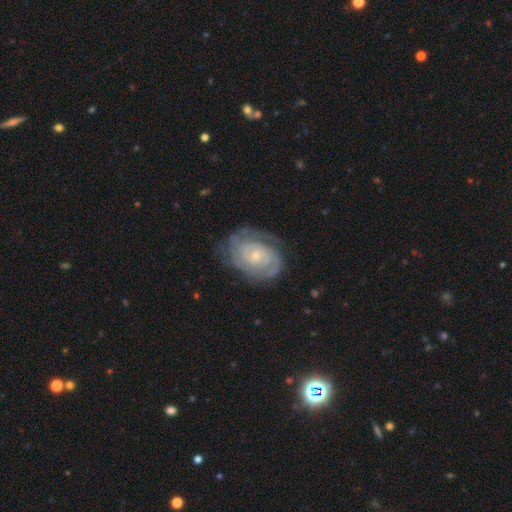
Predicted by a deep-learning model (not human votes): A featured or disk galaxy (85%) with no bar (68%), 2 (42%) tight (72%) spiral arms (95%) and a small central bulge (72%).

Vote fractions:
- Smooth or featured? featured or disk: 85% / smooth: 9% / star or artifact: 5%
- Edge-on disk? no: 97% / yes: 3%
- Bar? no: 68% / weak: 27% / strong: 5%
- Spiral arms? yes: 95% / no: 5%
- Spiral winding? tight: 72% / medium: 23% / loose: 5%
- Spiral arm count? 2: 42% / can't tell: 28% / 3: 14% / 4: 6% / 1: 5% / more than 4: 4%
- Bulge size? small: 72% / moderate: 24% / none: 2% / large: 1% / dominant: 1%
- Merging? none: 72% / minor disturbance: 18% / major disturbance: 8% / merger: 1%